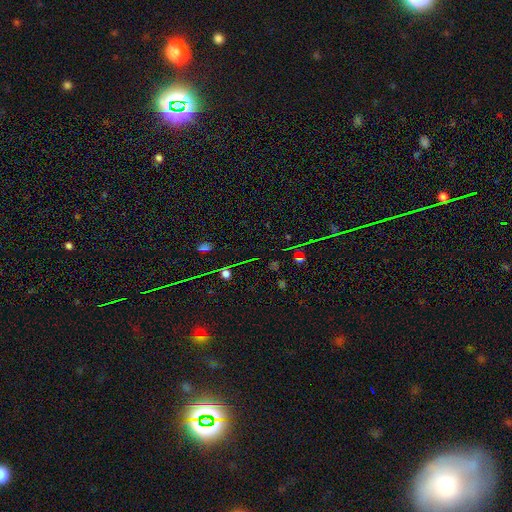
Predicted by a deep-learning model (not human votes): smooth_or_featured: star or artifact (p=0.68) [alt: smooth p=0.19]